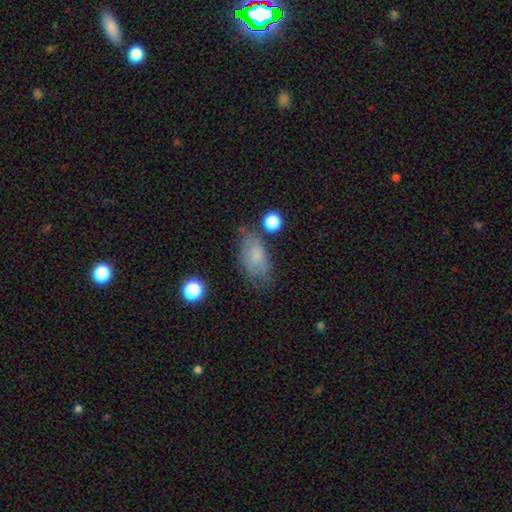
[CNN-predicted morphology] type=smooth (76%); roundness=in between (91%); merging=none (56%).